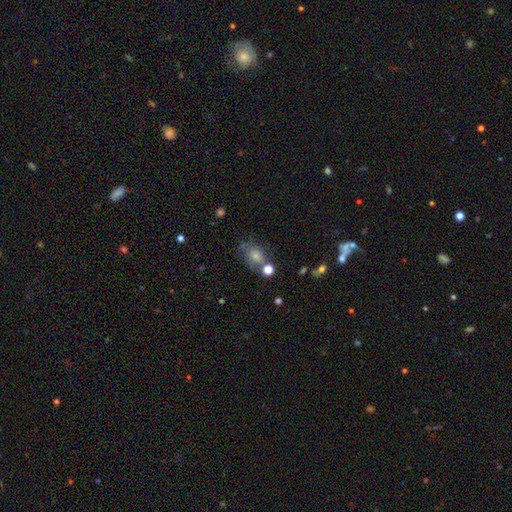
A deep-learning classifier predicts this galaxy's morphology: Smooth or featured? smooth (49%)
Merging? none (61%)